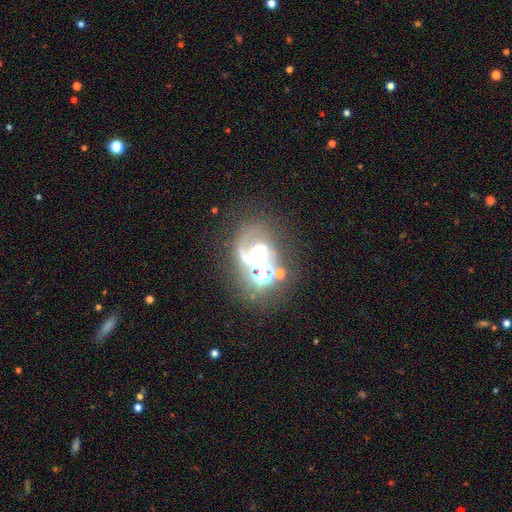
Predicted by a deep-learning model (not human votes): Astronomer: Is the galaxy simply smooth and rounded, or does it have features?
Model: featured or disk — 76%.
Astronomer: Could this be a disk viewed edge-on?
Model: no — 98%.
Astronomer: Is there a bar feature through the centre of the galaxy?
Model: weak — 37% (runner-up: no, 34%).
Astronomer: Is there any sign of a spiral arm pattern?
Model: yes — 93%.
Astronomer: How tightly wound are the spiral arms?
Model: medium — 49% (runner-up: loose, 39%).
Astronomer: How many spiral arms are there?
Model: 2 — 61%.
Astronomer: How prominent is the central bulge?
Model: moderate — 46% (runner-up: small, 32%).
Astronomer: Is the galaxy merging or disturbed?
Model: none — 38% (runner-up: merger, 25%).